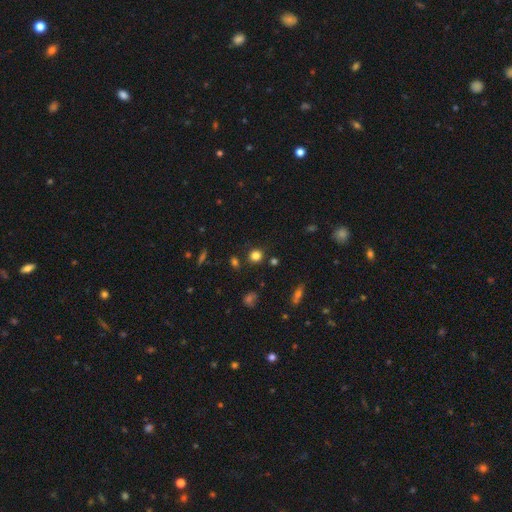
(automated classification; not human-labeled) Smooth or featured: smooth — 81% (star or artifact — 14%)
How rounded: round — 86% (in between — 13%)
Merging: none — 85% (minor disturbance — 8%)